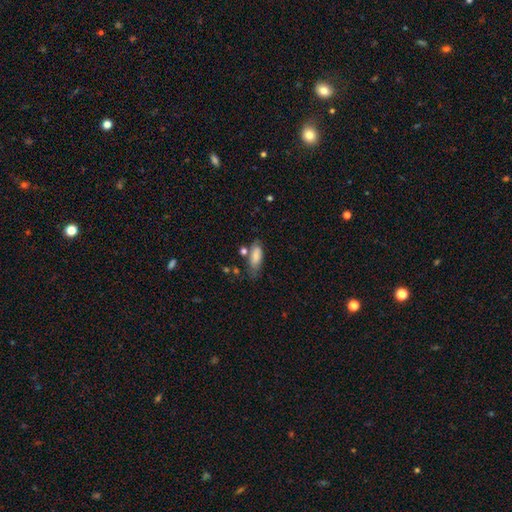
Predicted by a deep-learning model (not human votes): Q: Smooth or featured?
A: smooth (79%); runner-up: featured or disk (14%)
Q: How rounded?
A: in between (77%); runner-up: cigar-shaped (21%)
Q: Merging?
A: none (51%); runner-up: minor disturbance (28%)